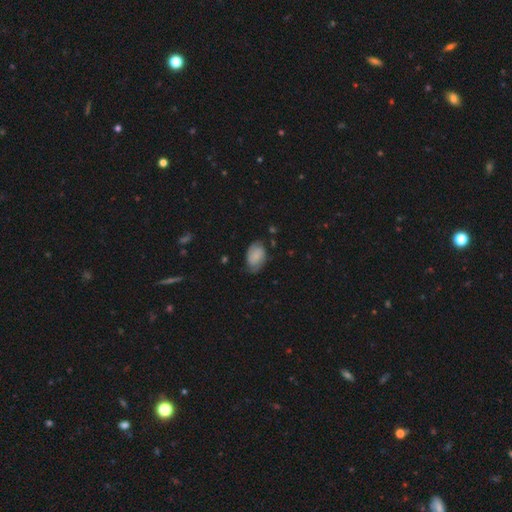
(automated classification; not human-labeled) A featured or disk galaxy (52%) with no bar (57%), spiral arms (90%) and a small central bulge (39%). Merging: none (64%).